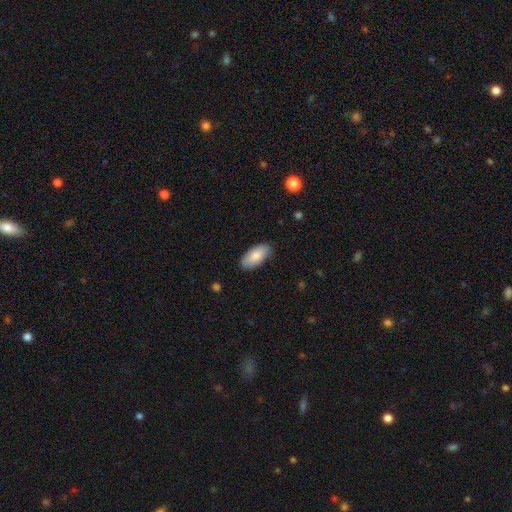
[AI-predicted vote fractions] Q: Smooth or featured?
A: smooth (83%); runner-up: featured or disk (12%)
Q: How rounded?
A: in between (92%); runner-up: cigar-shaped (6%)
Q: Merging?
A: none (84%); runner-up: minor disturbance (13%)